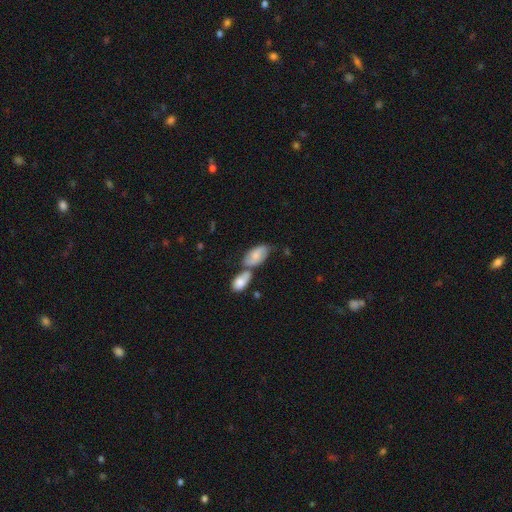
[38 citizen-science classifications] Morphology: type=smooth (74%); roundness=in between (93%); merging=merger (53%).